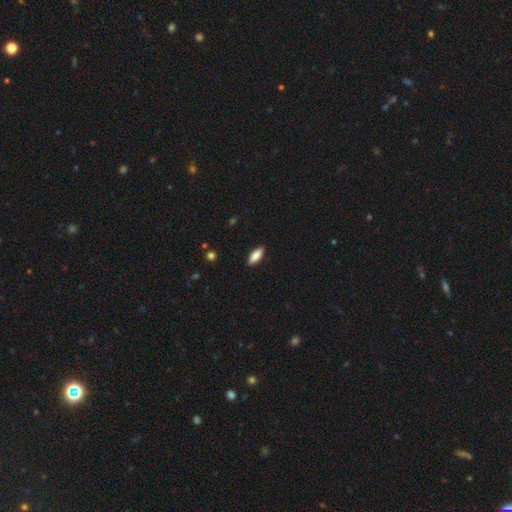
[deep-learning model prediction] This appears to be a smooth galaxy with no disk features (84%) that is in between round and cigar-shaped (70%). Merging: none (89%).